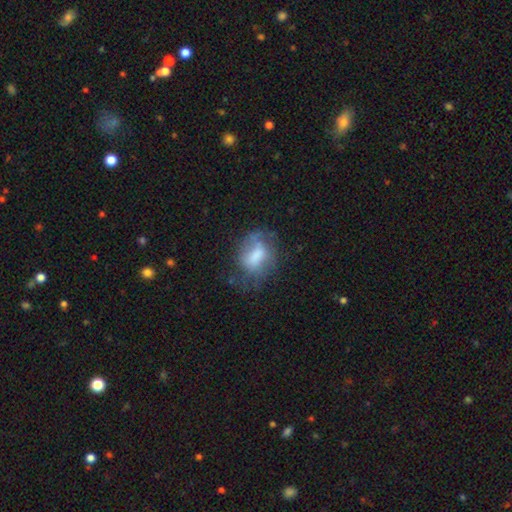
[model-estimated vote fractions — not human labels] Smooth or featured? Predicted: smooth (p=0.53). How rounded? Predicted: in between (p=0.72). Merging? Predicted: none (p=0.48).